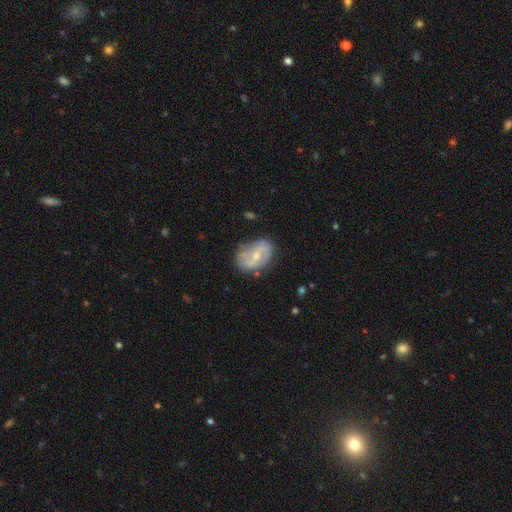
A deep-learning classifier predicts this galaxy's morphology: A featured or disk galaxy (68%) with a weak bar (46%), 2 (73%) loose (40%) spiral arms (77%) and a small central bulge (60%). Merging: none (67%).